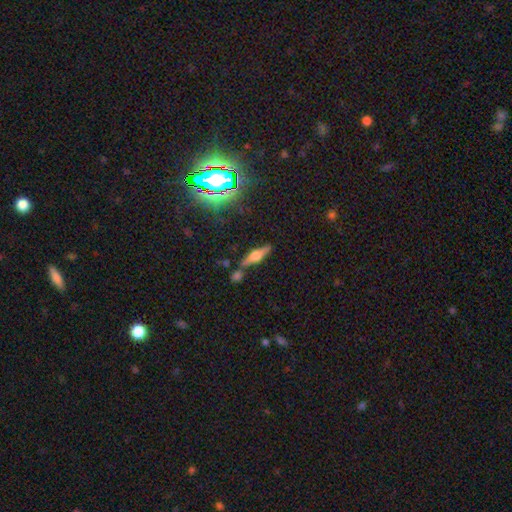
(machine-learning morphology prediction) Q: Smooth or featured?
A: featured or disk (65%); runner-up: smooth (24%)
Q: Edge-on disk?
A: yes (94%); runner-up: no (6%)
Q: Edge-on bulge?
A: rounded (90%); runner-up: boxy (7%)
Q: Merging?
A: none (72%); runner-up: minor disturbance (13%)